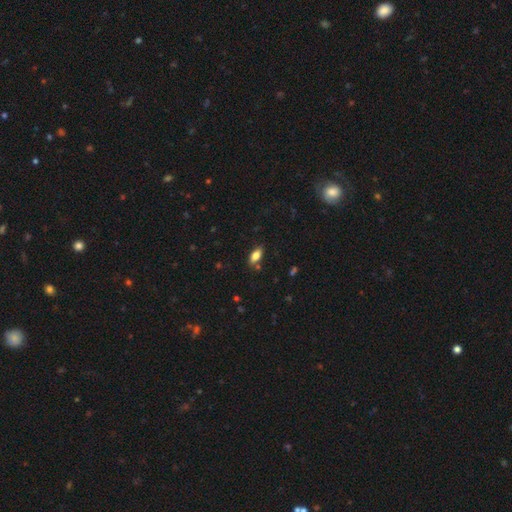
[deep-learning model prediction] Q: Smooth or featured?
A: smooth (78%); runner-up: featured or disk (14%)
Q: How rounded?
A: in between (86%); runner-up: cigar-shaped (11%)
Q: Merging?
A: none (81%); runner-up: minor disturbance (13%)